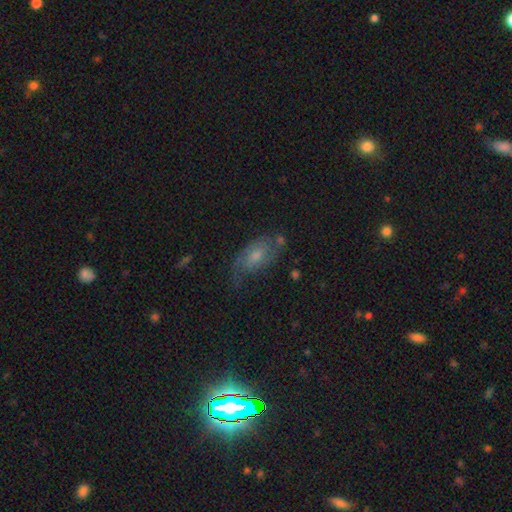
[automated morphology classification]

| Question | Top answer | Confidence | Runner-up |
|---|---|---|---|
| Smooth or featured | featured or disk | 58% | smooth (28%) |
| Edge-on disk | no | 91% | yes (9%) |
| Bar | no | 60% | weak (34%) |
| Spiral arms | yes | 83% | no (17%) |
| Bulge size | moderate | 50% | small (40%) |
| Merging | none | 61% | minor disturbance (24%) |